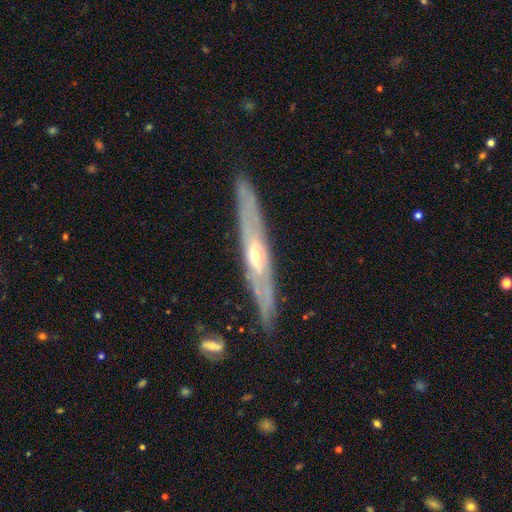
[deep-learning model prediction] The model was most divided on "edge-on disk": yes: 68%, no: 32%. More confident: merging — none (82%); smooth or featured — featured or disk (77%); edge-on bulge — rounded (70%).